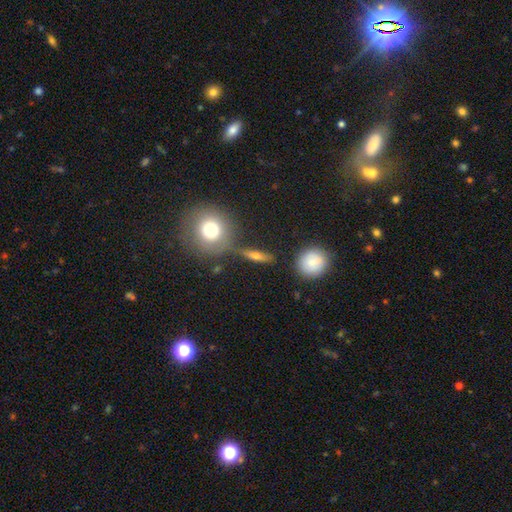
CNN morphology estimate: Smooth or featured: smooth — 47% (featured or disk — 40%)
Merging: none — 79% (minor disturbance — 10%)